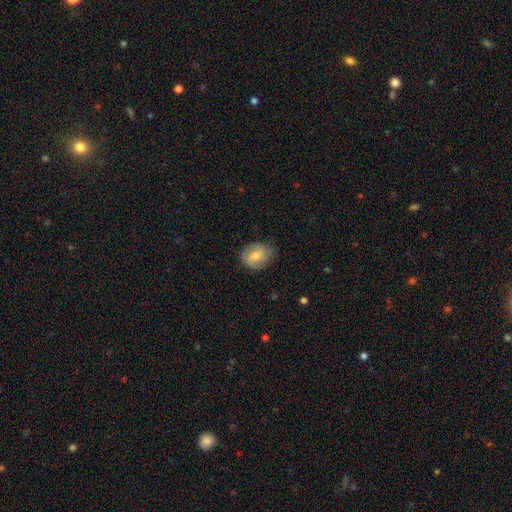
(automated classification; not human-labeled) smooth_or_featured: smooth (p=0.58) [alt: featured or disk p=0.35]
how_rounded: round (p=0.56) [alt: in between p=0.43]
merging: none (p=0.72) [alt: minor disturbance p=0.21]